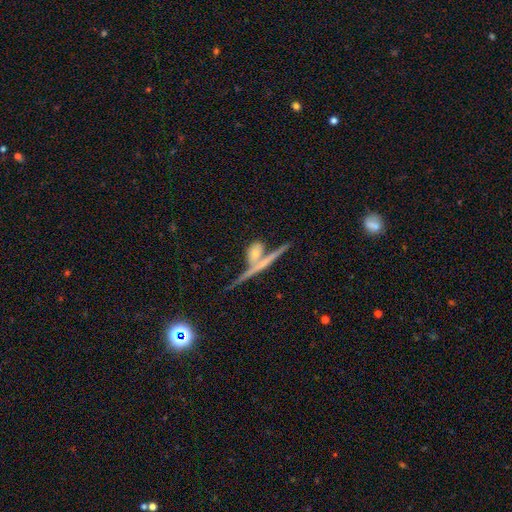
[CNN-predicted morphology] Smooth or featured?
  - featured or disk: 51% *
  - smooth: 39%
  - star or artifact: 10%
Edge-on disk?
  - yes: 77% *
  - no: 23%
Merging?
  - none: 47% *
  - merger: 36%
  - minor disturbance: 11%
  - major disturbance: 6%